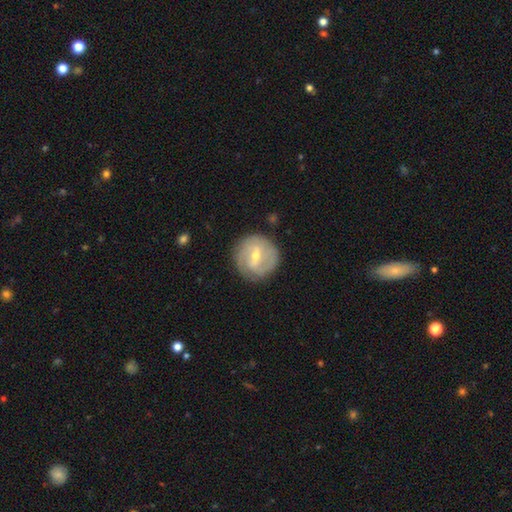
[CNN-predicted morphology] This is likely a featured or disk galaxy (69%). It is clearly not viewed edge-on (96%). Bar: possibly weak (54%). Spiral arm pattern: likely yes (76%). Spiral arm count: possibly 2 (53%). Spiral winding: possibly tight (53%). Central bulge: possibly small (50%). Merging: clearly none (81%).